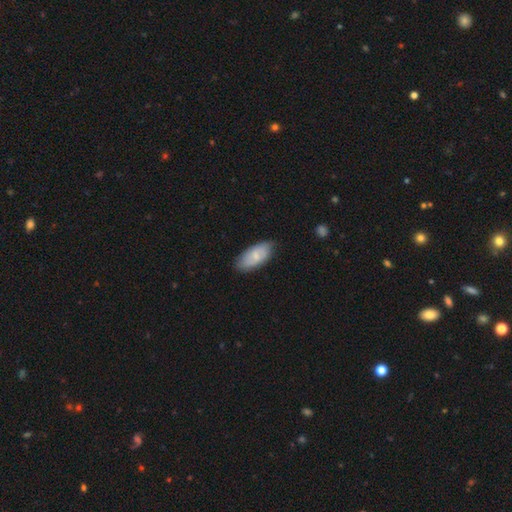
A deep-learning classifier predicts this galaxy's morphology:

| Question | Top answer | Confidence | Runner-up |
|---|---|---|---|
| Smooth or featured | smooth | 66% | featured or disk (28%) |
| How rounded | in between | 90% | cigar-shaped (7%) |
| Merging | none | 81% | minor disturbance (15%) |